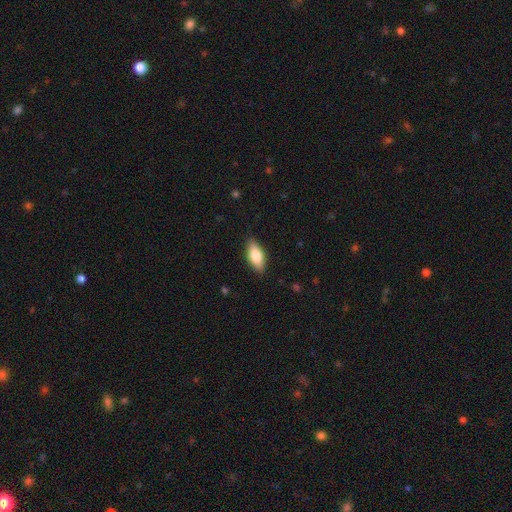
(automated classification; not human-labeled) smooth_or_featured: smooth (p=0.77) [alt: featured or disk p=0.16]
how_rounded: in between (p=0.83) [alt: cigar-shaped p=0.14]
merging: none (p=0.88) [alt: minor disturbance p=0.09]